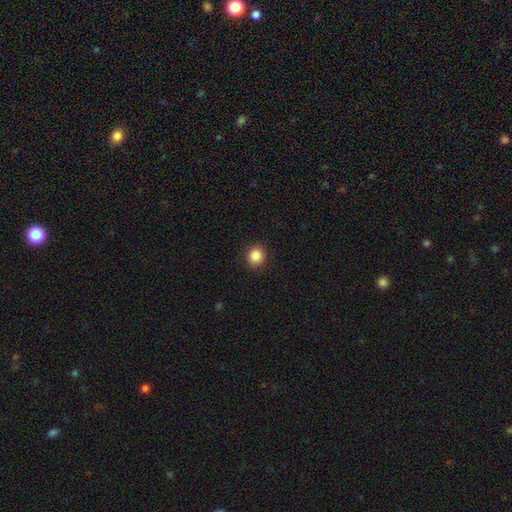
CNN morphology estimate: The model was most divided on "how rounded": round: 87%, in between: 12%, cigar-shaped: 1%. More confident: merging — none (91%); smooth or featured — smooth (87%).